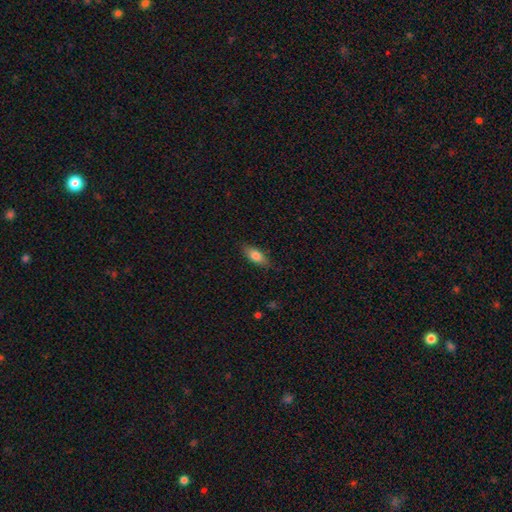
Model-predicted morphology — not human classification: This appears to be a smooth galaxy with no disk features (77%) that is in between round and cigar-shaped (77%). Merging: none (83%).